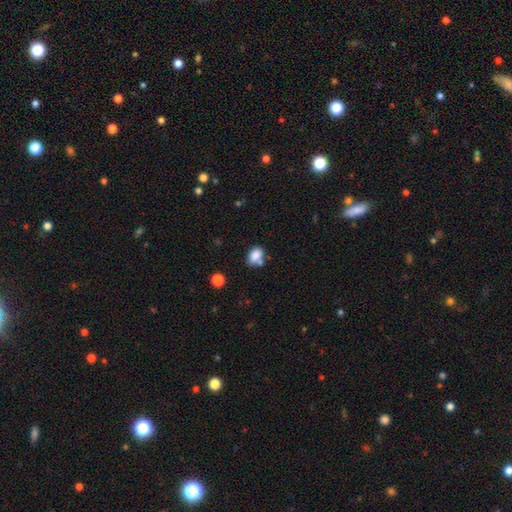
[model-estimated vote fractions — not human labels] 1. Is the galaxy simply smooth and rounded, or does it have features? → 83% smooth, 10% star or artifact, 7% featured or disk.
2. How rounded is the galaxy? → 75% in between, 24% round, 1% cigar-shaped.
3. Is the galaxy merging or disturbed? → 54% none, 22% merger, 19% minor disturbance, 6% major disturbance.